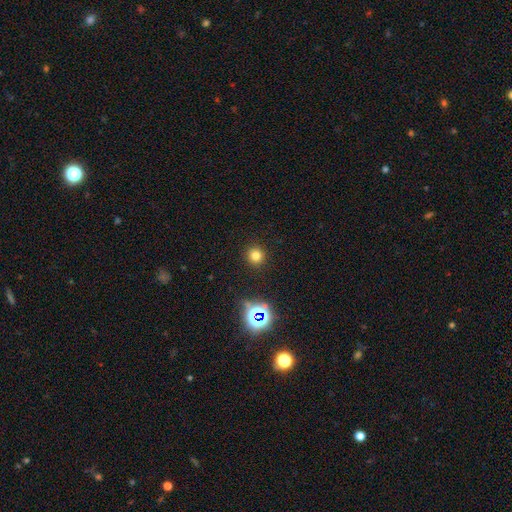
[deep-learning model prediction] Smooth or featured? smooth (75%)
How rounded? round (94%)
Merging? none (91%)